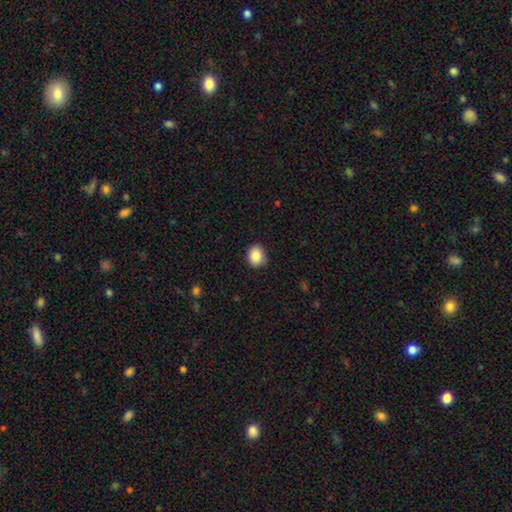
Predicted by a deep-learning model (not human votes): Overall: smooth (86%). How rounded: round (55%; in between 44%). Merging: none (85%).